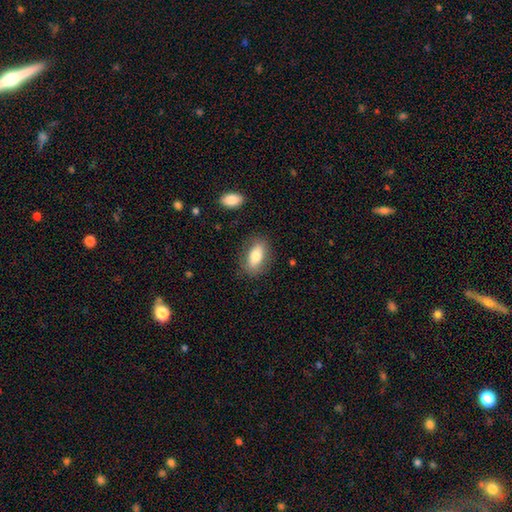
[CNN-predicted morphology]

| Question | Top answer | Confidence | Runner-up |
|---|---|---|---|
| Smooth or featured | smooth | 74% | featured or disk (19%) |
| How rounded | in between | 87% | cigar-shaped (7%) |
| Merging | none | 81% | minor disturbance (13%) |